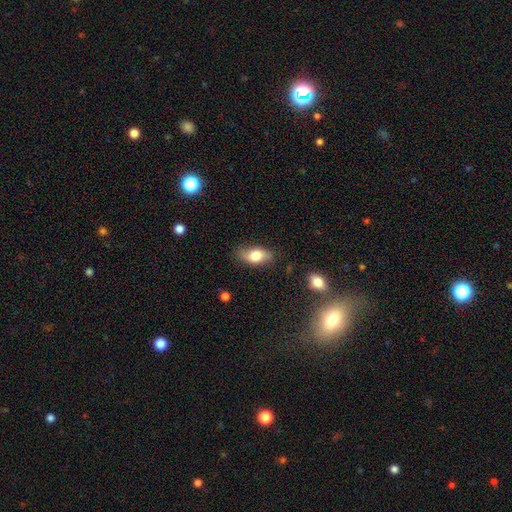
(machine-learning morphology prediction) Overall: smooth (75%). How rounded: in between (87%). Merging: none (76%).